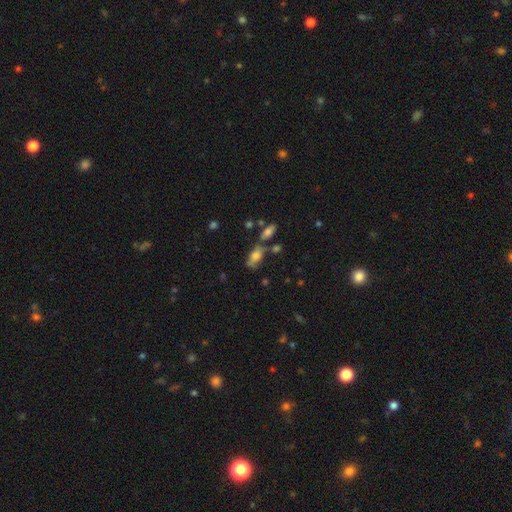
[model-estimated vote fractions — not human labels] A smooth galaxy with no disk features (65%) that is in between round and cigar-shaped (83%).

Vote fractions:
- Smooth or featured? smooth: 65% / featured or disk: 24% / star or artifact: 11%
- How rounded? in between: 83% / cigar-shaped: 12% / round: 5%
- Merging? none: 49% / minor disturbance: 22% / merger: 19% / major disturbance: 10%